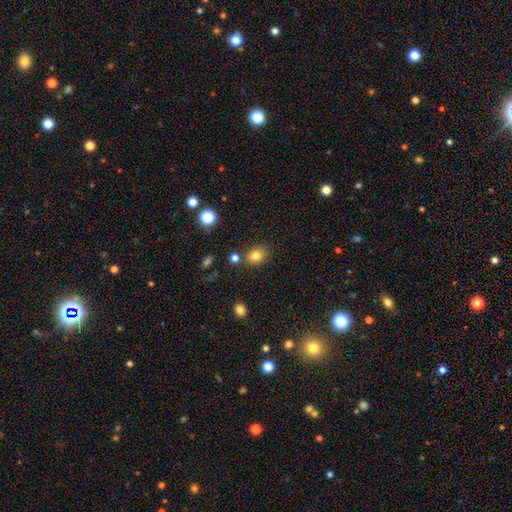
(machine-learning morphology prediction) Smooth or featured?
  - smooth: 81% *
  - star or artifact: 12%
  - featured or disk: 7%
How rounded?
  - round: 54% *
  - in between: 45%
  - cigar-shaped: 1%
Merging?
  - none: 79% *
  - minor disturbance: 11%
  - merger: 7%
  - major disturbance: 3%